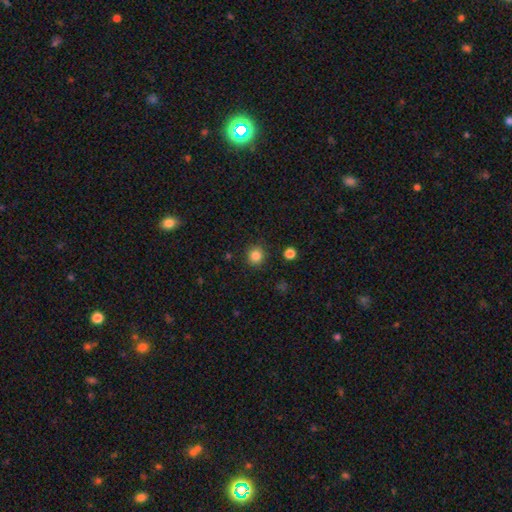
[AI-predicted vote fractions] Smooth or featured? Predicted: smooth (p=0.83). How rounded? Predicted: round (p=0.92). Merging? Predicted: none (p=0.91).